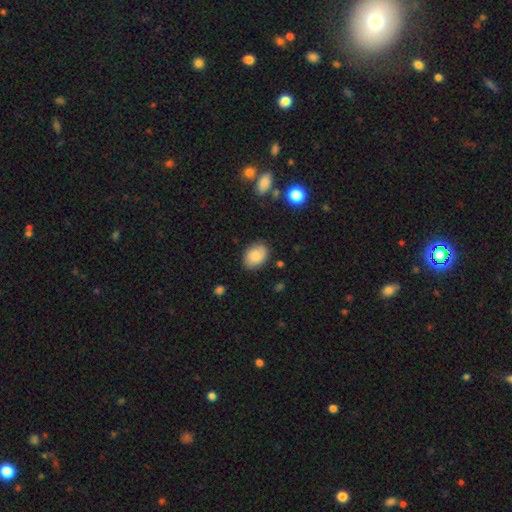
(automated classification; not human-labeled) Morphology: type=smooth (79%); roundness=in between (79%); merging=none (81%).